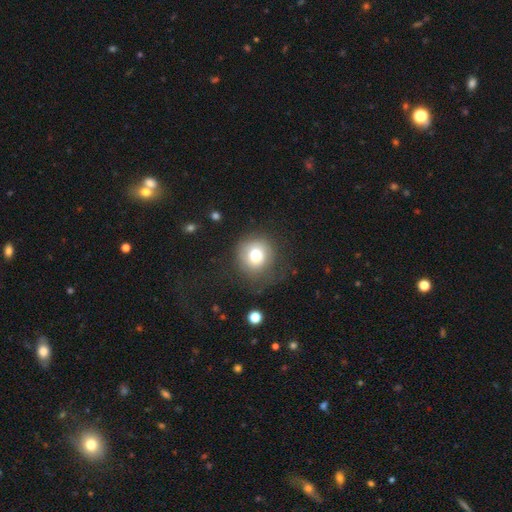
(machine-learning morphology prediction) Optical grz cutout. It shows a smooth galaxy with no disk features (73%) that is round (89%). Merging: none (66%).